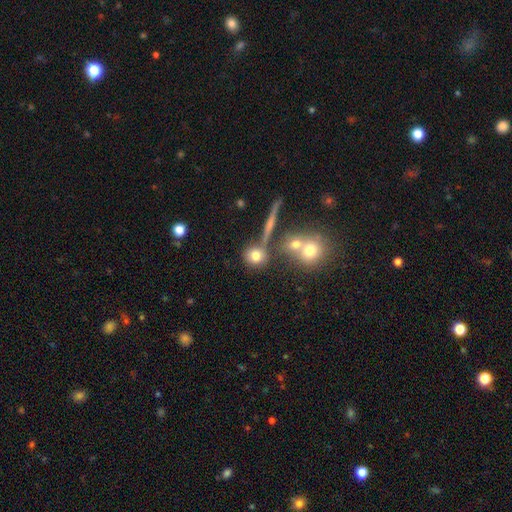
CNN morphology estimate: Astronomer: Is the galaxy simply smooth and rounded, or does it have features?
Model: smooth — 75%.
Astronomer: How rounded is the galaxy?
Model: round — 83%.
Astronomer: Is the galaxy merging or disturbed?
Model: none — 66%.